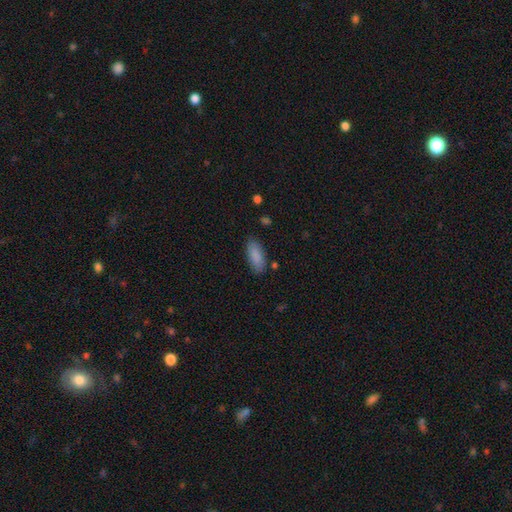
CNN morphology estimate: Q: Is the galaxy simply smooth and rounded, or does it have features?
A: smooth — 88%.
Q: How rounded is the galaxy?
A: in between — 84%.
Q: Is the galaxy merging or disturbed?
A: none — 82%.